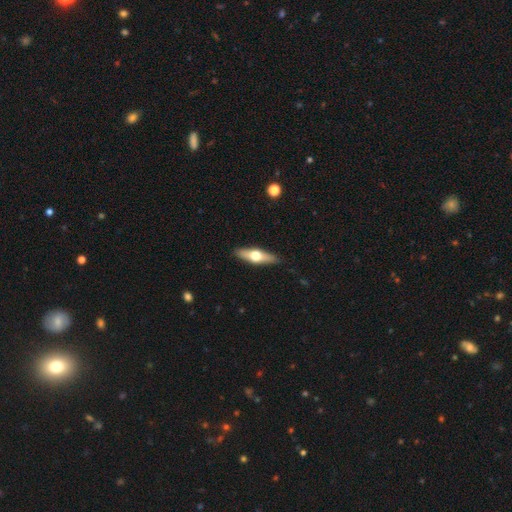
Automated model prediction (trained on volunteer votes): This appears to be a featured or disk galaxy (52%) viewed edge-on (89%). Merging: none (88%).